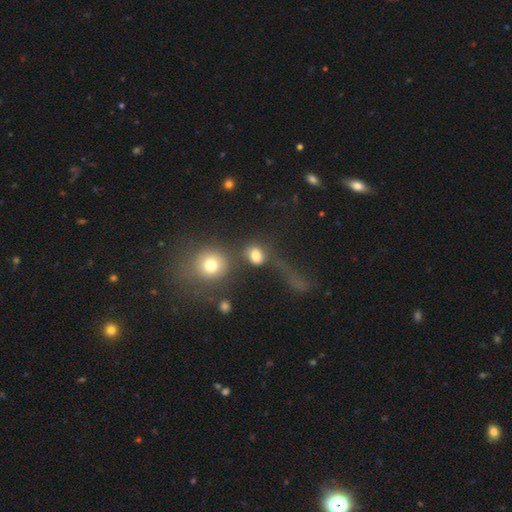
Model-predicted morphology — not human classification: A smooth galaxy with no disk features (76%) that is round (59%). Merging: none (40%).